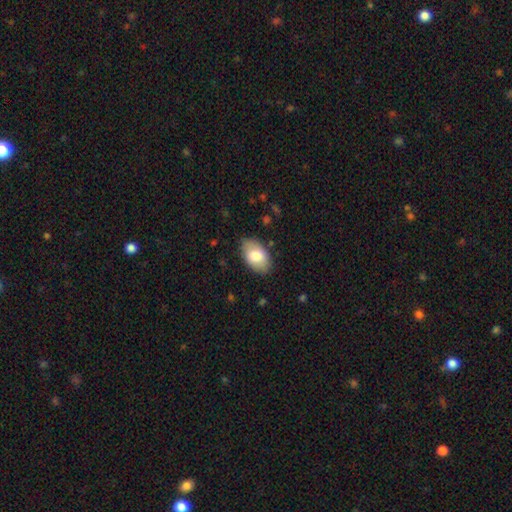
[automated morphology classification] smooth_or_featured: smooth (p=0.77) [alt: featured or disk p=0.17]
how_rounded: in between (p=0.92) [alt: round p=0.07]
merging: none (p=0.83) [alt: minor disturbance p=0.13]